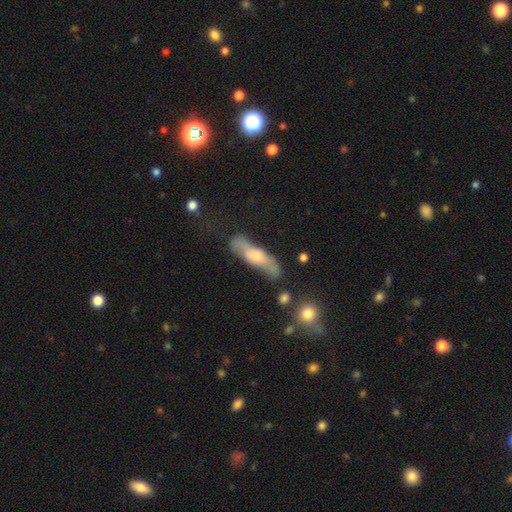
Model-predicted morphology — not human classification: Overall: featured or disk (49%; smooth 45%). Merging: none (58%; minor disturbance 23%).